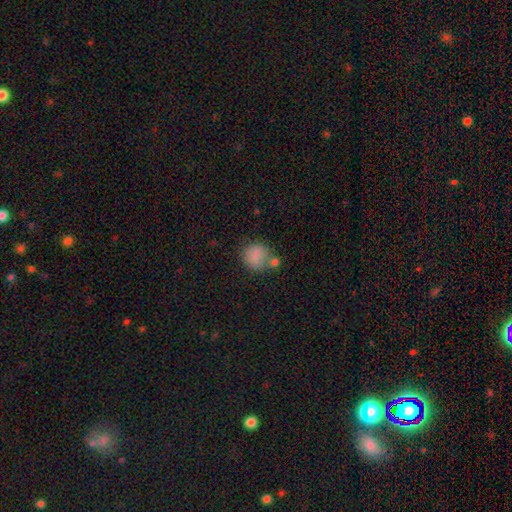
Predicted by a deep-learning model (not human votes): smooth-or-featured: smooth: 83% | star or artifact: 10% | featured or disk: 7%
  how-rounded: round: 83% | in between: 16% | cigar-shaped: 1%
  merging: none: 60% | merger: 17% | minor disturbance: 16% | major disturbance: 6%